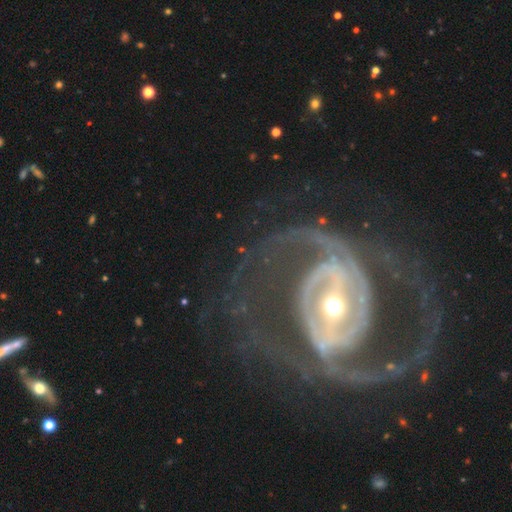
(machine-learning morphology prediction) smooth_or_featured: featured or disk (p=0.90) [alt: star or artifact p=0.06]
disk_edge_on: no (p=0.97) [alt: yes p=0.03]
bar: strong (p=0.59) [alt: weak p=0.27]
has_spiral_arms: yes (p=0.94) [alt: no p=0.06]
spiral_winding: medium (p=0.46) [alt: tight p=0.35]
spiral_arm_count: 2 (p=0.69) [alt: can't tell p=0.09]
bulge_size: moderate (p=0.53) [alt: small p=0.39]
merging: none (p=0.62) [alt: major disturbance p=0.22]